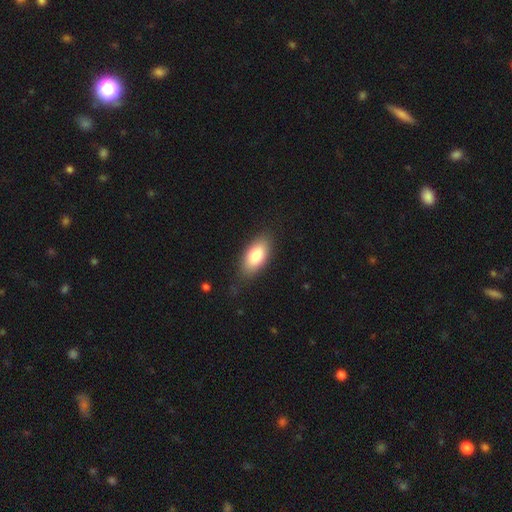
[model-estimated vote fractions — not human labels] This appears to be a smooth galaxy with no disk features (81%) that is in between round and cigar-shaped (90%). Merging: none (81%).